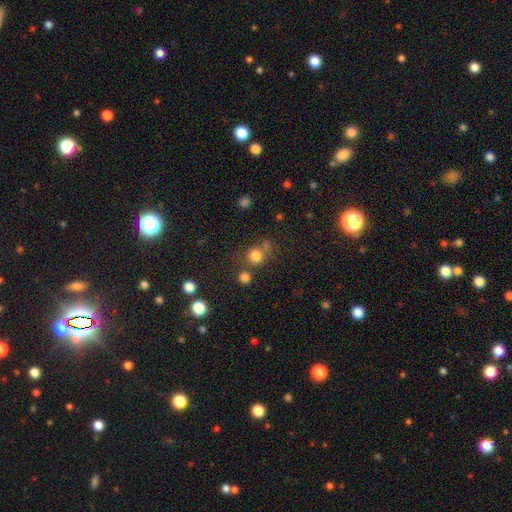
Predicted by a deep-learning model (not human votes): Morphology: type=smooth (78%); roundness=round (89%); merging=none (63%).